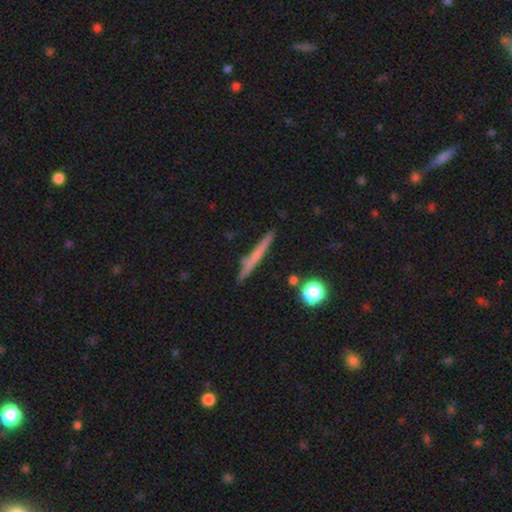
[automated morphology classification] type=featured or disk (46%, tied with smooth); merging=none (85%).